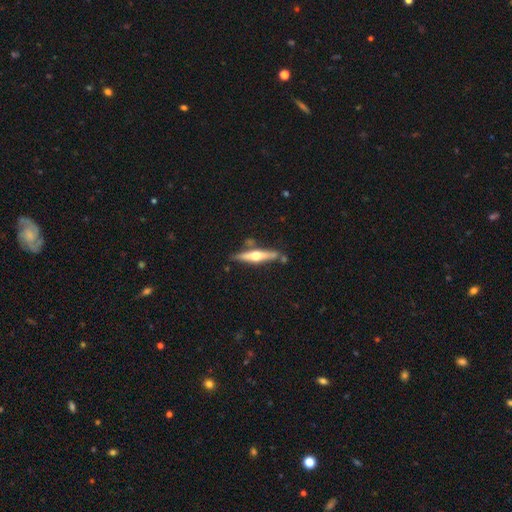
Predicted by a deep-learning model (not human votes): Morphology: type=featured or disk (67%); edge-on=yes (96%); edge-on bulge=rounded (94%); merging=none (77%).